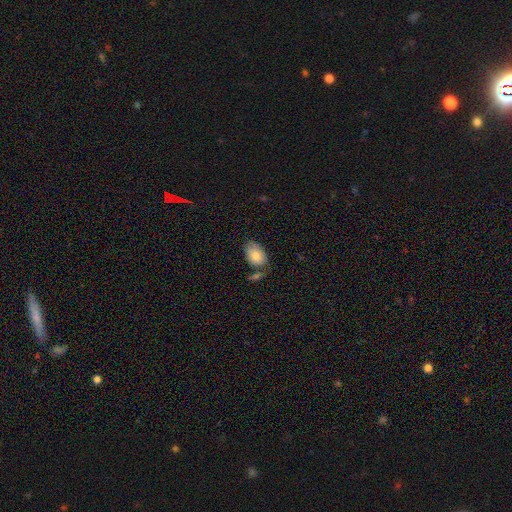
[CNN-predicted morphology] Overall: smooth (80%). How rounded: in between (87%). Merging: none (56%; minor disturbance 22%).